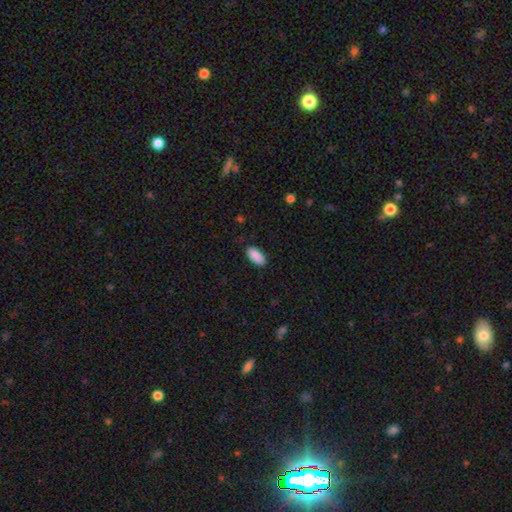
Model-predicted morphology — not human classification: Smooth or featured: smooth — 90% (star or artifact — 7%)
How rounded: in between — 92% (cigar-shaped — 6%)
Merging: none — 85% (minor disturbance — 11%)